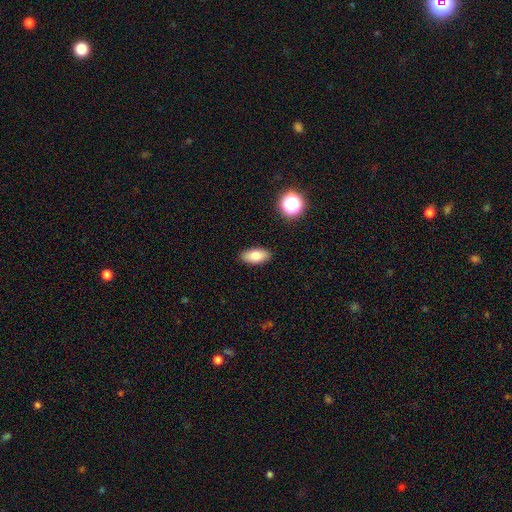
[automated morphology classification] This is clearly a smooth galaxy (80%). How rounded: clearly in between (89%). Merging: clearly none (89%).